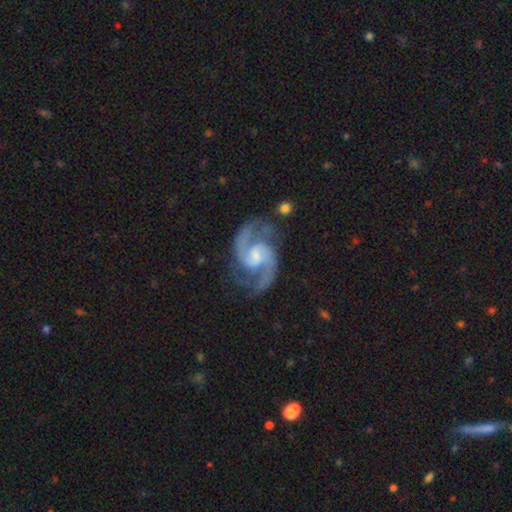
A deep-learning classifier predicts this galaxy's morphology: This is clearly a featured or disk galaxy (94%). It is clearly not viewed edge-on (98%). Bar: possibly weak (49%). Spiral arm pattern: clearly yes (99%). Spiral arm count: clearly 2 (90%). Spiral winding: likely medium (66%). Central bulge: marginally small (42%). Merging: likely none (76%).